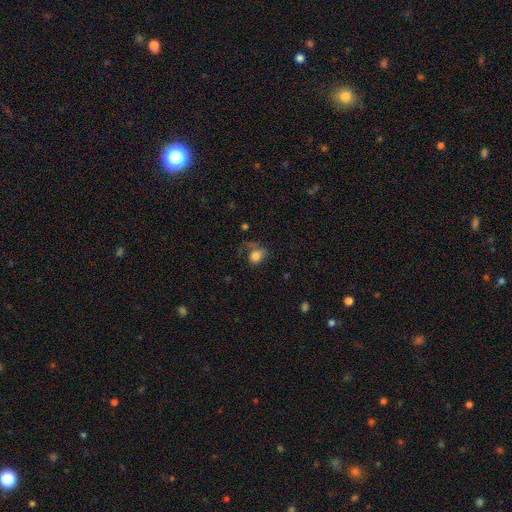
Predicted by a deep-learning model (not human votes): Smooth or featured?
  - smooth: 74% *
  - featured or disk: 16%
  - star or artifact: 10%
How rounded?
  - in between: 54% *
  - round: 44%
  - cigar-shaped: 1%
Merging?
  - major disturbance: 37% *
  - none: 35%
  - minor disturbance: 23%
  - merger: 5%